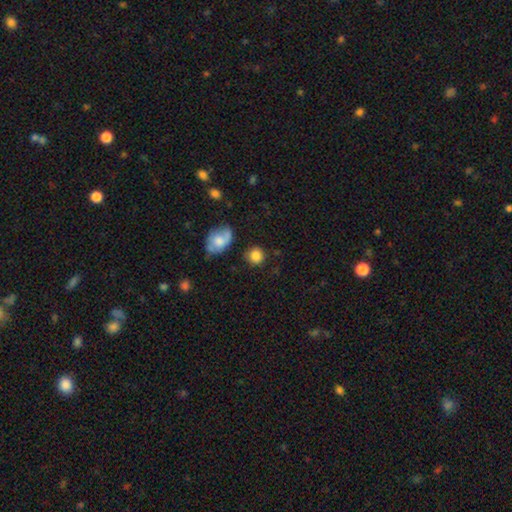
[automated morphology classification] Q: Smooth or featured?
A: smooth (84%); runner-up: star or artifact (9%)
Q: How rounded?
A: round (86%); runner-up: in between (13%)
Q: Merging?
A: none (79%); runner-up: minor disturbance (13%)